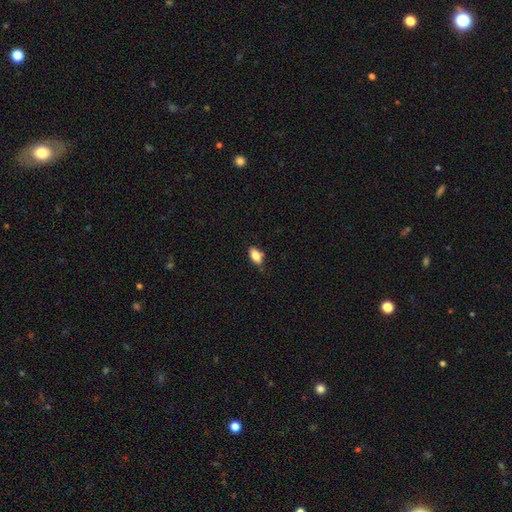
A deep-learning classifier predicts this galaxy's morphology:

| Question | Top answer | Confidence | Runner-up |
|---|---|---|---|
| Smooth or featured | smooth | 80% | featured or disk (12%) |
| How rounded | in between | 89% | cigar-shaped (7%) |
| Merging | none | 74% | minor disturbance (18%) |